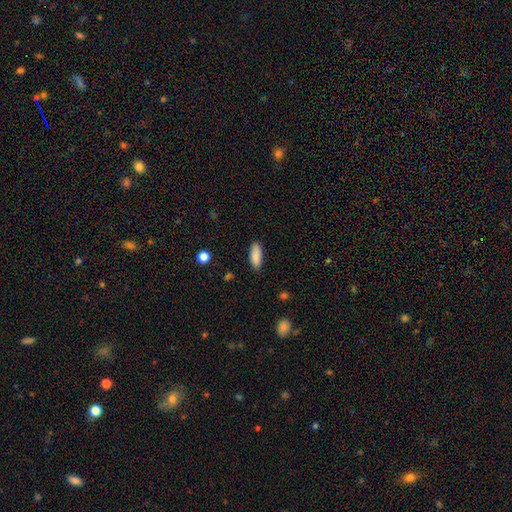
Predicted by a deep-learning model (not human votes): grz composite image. It shows a smooth galaxy with no disk features (89%) that is in between round and cigar-shaped (72%). Merging: none (87%).